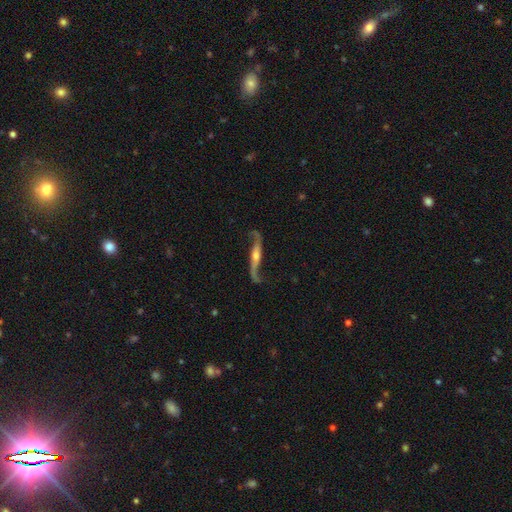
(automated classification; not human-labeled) This is clearly a featured or disk galaxy (88%). It is likely not viewed edge-on (66%). Bar: marginally no (44%). Spiral arm pattern: clearly yes (95%). Spiral arm count: clearly 2 (93%). Spiral winding: clearly loose (90%). Central bulge: possibly moderate (53%). Merging: likely none (74%).